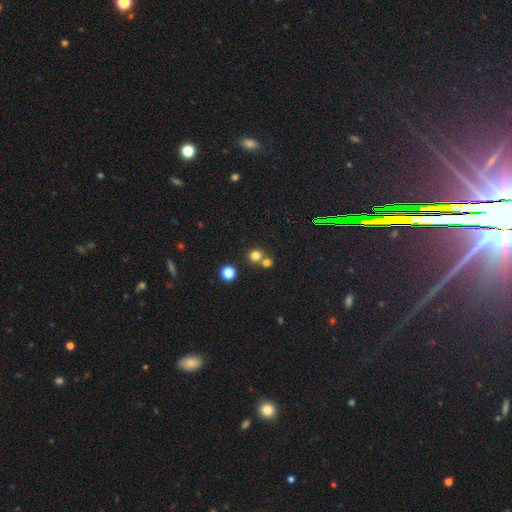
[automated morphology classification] This appears to be a smooth galaxy with no disk features (77%) that is round (88%). Merging: none (57%).